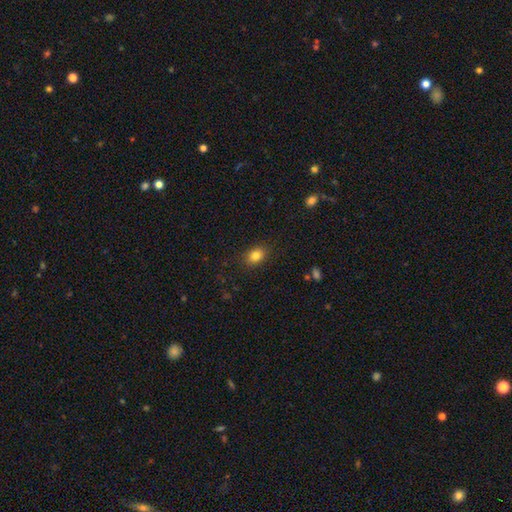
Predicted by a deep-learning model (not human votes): A smooth galaxy with no disk features (82%) that is in between round and cigar-shaped (67%). Merging: none (87%).